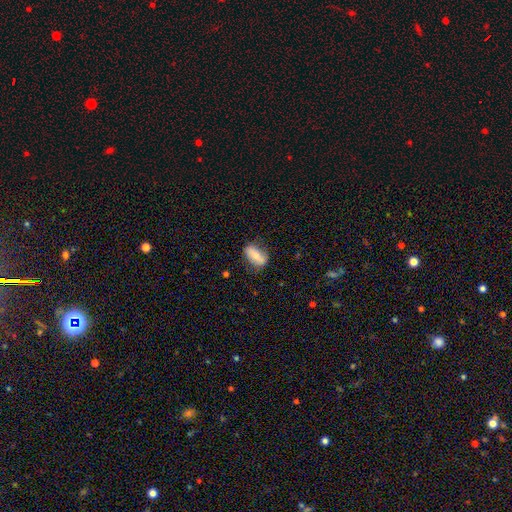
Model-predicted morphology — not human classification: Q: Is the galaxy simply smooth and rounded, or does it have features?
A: smooth — 62%.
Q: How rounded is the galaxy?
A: in between — 86%.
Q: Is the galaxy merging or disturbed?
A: none — 70%.